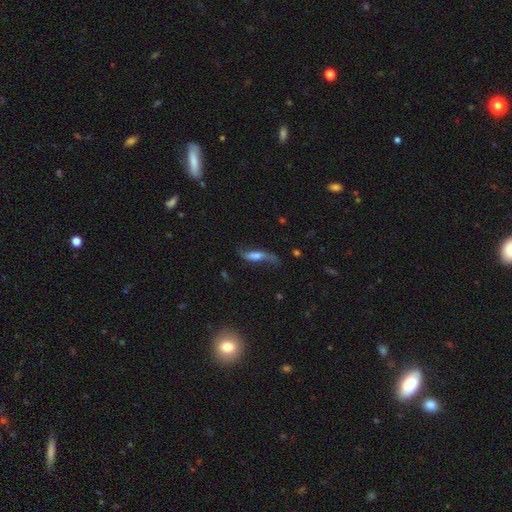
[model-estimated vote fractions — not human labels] Q: Smooth or featured?
A: featured or disk (62%); runner-up: smooth (29%)
Q: Edge-on disk?
A: no (70%); runner-up: yes (30%)
Q: Merging?
A: none (57%); runner-up: minor disturbance (24%)